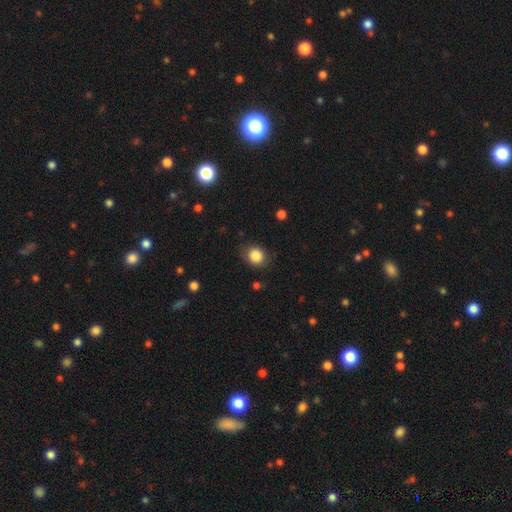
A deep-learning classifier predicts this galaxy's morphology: Smooth or featured? Predicted: smooth (p=0.85). How rounded? Predicted: round (p=0.73). Merging? Predicted: none (p=0.80).